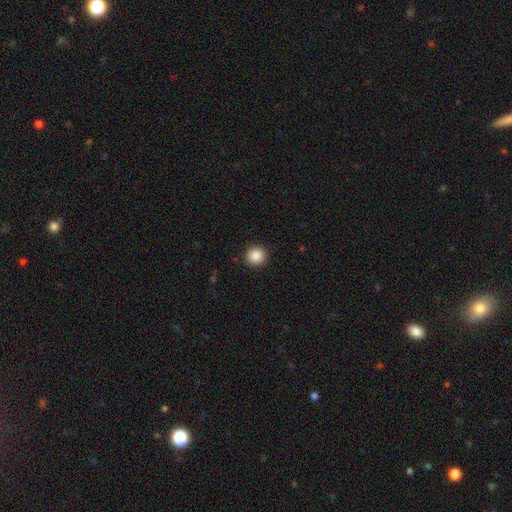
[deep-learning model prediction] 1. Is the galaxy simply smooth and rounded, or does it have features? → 88% smooth, 9% star or artifact, 3% featured or disk.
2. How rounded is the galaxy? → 95% round, 4% in between, 1% cigar-shaped.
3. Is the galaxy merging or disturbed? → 92% none, 5% minor disturbance, 2% major disturbance, 1% merger.